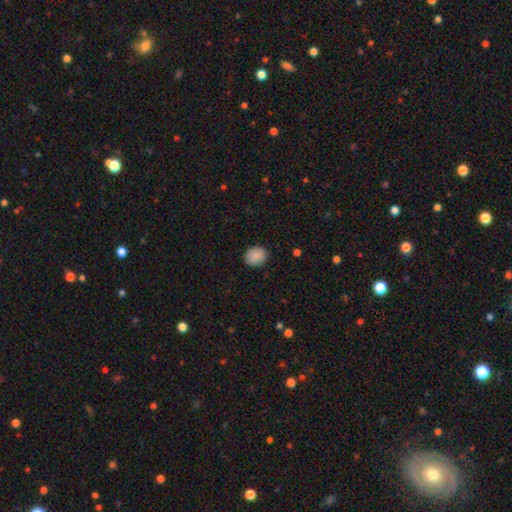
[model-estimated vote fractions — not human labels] Overall: smooth (89%). How rounded: round (69%; in between 30%). Merging: none (88%).